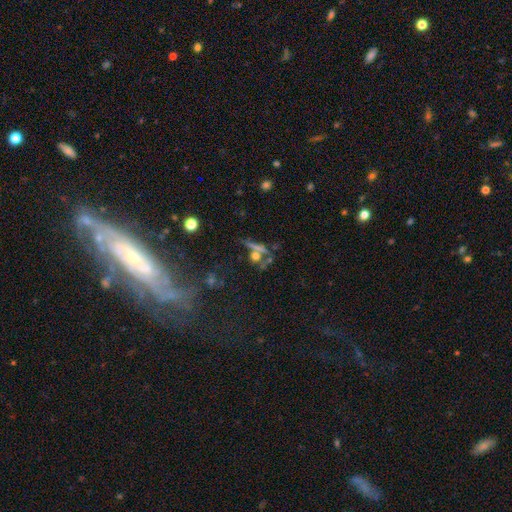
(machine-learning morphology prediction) type=smooth (42%); merging=none (53%).